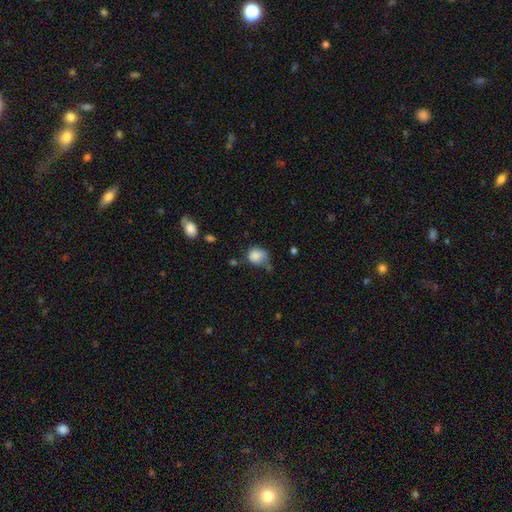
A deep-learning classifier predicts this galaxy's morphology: smooth_or_featured: smooth (p=0.82) [alt: star or artifact p=0.09]
how_rounded: round (p=0.66) [alt: in between p=0.33]
merging: minor disturbance (p=0.36) [alt: none p=0.34]